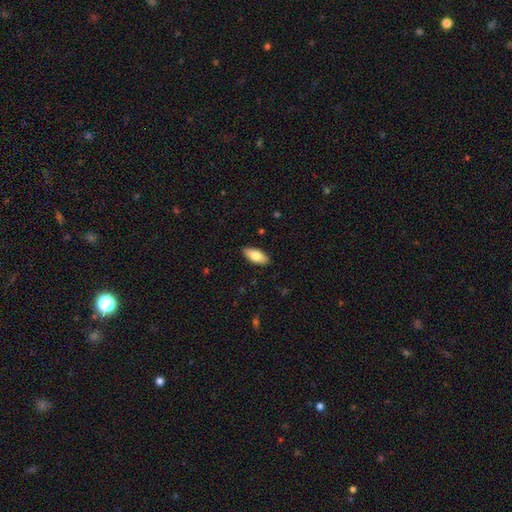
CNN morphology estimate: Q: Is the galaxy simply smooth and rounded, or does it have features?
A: smooth — 76%.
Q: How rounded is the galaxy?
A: in between — 84%.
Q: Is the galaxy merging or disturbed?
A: none — 89%.